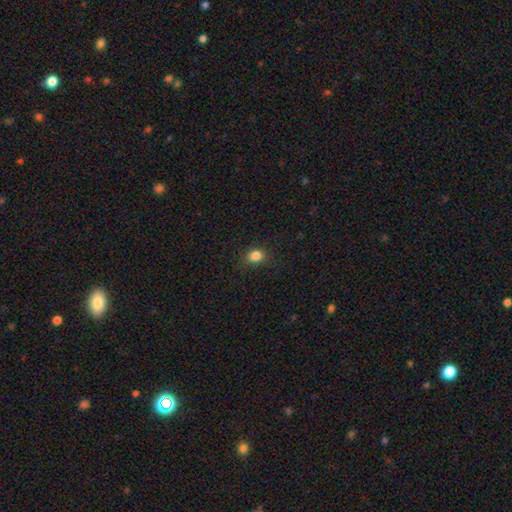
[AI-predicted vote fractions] Q: Smooth or featured?
A: smooth (84%); runner-up: star or artifact (12%)
Q: How rounded?
A: round (58%); runner-up: in between (41%)
Q: Merging?
A: none (86%); runner-up: minor disturbance (11%)